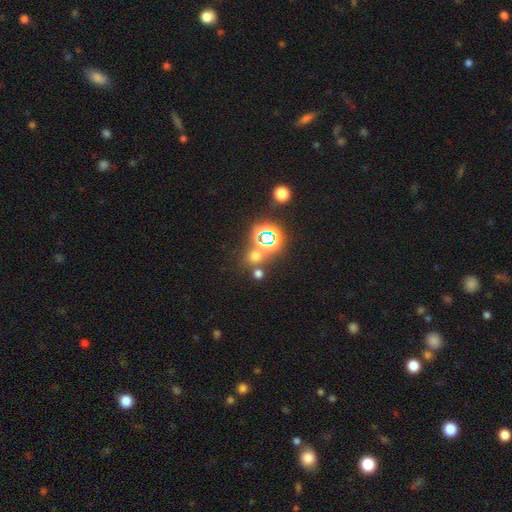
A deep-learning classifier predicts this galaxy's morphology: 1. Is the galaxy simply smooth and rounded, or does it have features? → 50% smooth, 43% star or artifact, 7% featured or disk.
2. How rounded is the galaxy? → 87% round, 12% in between, 1% cigar-shaped.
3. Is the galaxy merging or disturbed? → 70% none, 19% merger, 7% minor disturbance, 4% major disturbance.